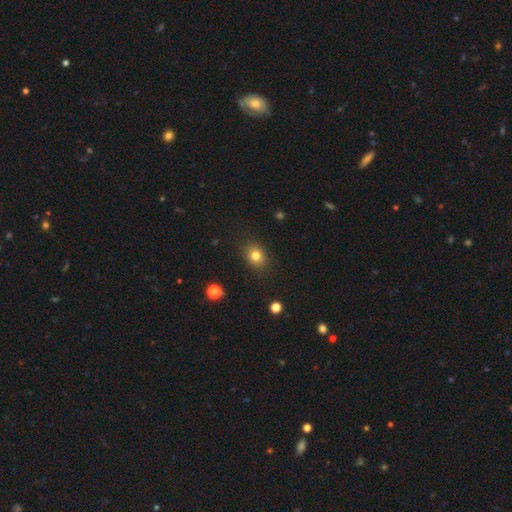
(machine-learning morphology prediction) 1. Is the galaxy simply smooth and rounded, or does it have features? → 80% smooth, 12% star or artifact, 8% featured or disk.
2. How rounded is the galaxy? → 50% round, 48% in between, 1% cigar-shaped.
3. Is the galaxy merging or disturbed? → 86% none, 10% minor disturbance, 3% major disturbance, 1% merger.